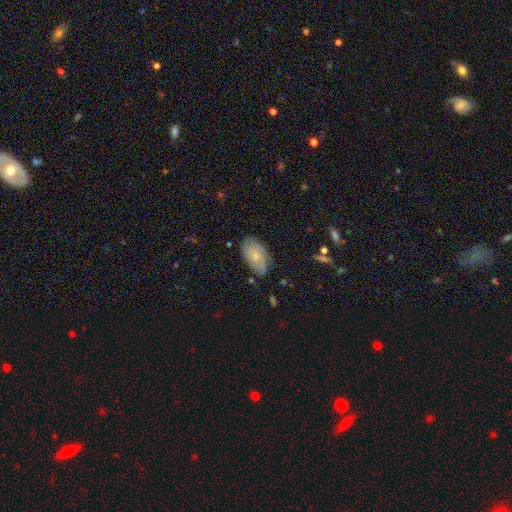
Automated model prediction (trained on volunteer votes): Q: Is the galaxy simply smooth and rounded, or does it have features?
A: featured or disk — 47%.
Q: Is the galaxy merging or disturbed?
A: none — 71%.